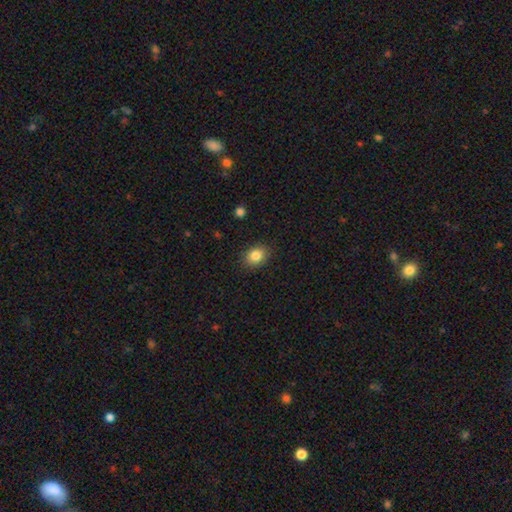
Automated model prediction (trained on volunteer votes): This is clearly a smooth galaxy (84%). How rounded: possibly in between (52%). Merging: clearly none (87%).